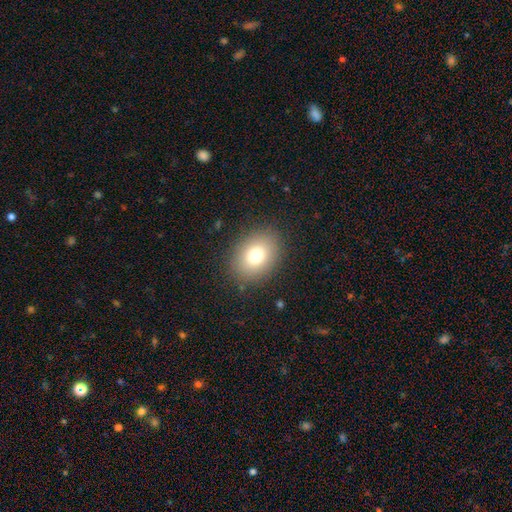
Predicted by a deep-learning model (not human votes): smooth 78%, featured or disk 11%, star or artifact 11%. Down the decision tree: how rounded — in between (64%); merging — none (86%).